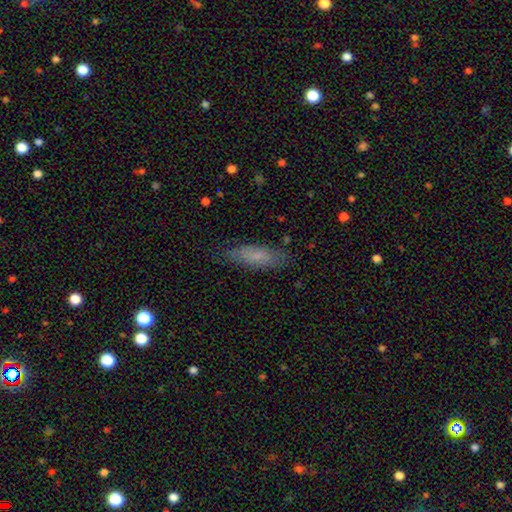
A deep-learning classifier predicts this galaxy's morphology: Q: Smooth or featured?
A: smooth (69%); runner-up: featured or disk (23%)
Q: How rounded?
A: in between (54%); runner-up: cigar-shaped (44%)
Q: Merging?
A: none (80%); runner-up: minor disturbance (15%)